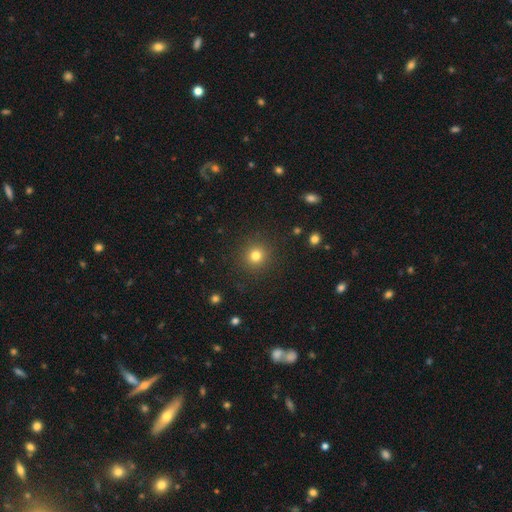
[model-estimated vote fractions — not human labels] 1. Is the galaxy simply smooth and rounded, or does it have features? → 80% smooth, 14% star or artifact, 6% featured or disk.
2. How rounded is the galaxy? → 93% round, 6% in between, 1% cigar-shaped.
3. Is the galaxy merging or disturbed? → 90% none, 6% minor disturbance, 3% major disturbance, 1% merger.